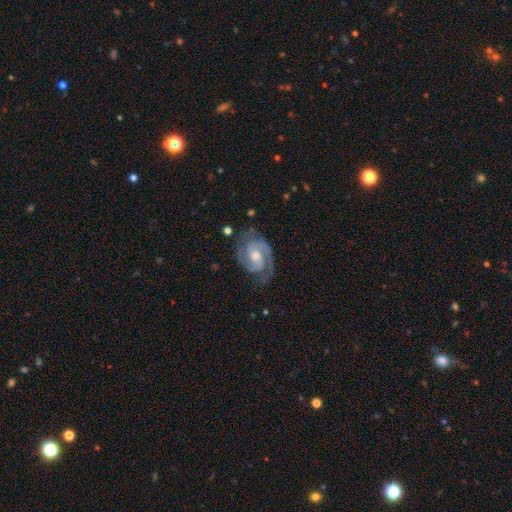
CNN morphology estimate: A featured or disk galaxy (91%) with no bar (47%), 2 (90%) tight (49%) spiral arms (98%) and a moderate central bulge (62%). Merging: none (79%).